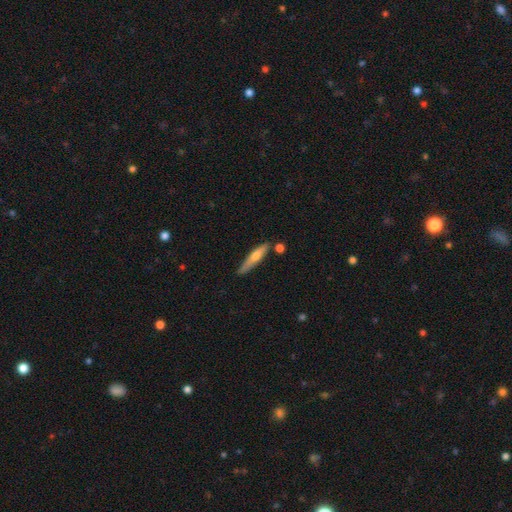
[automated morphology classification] The model was most divided on "smooth or featured": smooth: 54%, featured or disk: 41%, star or artifact: 6%. More confident: how rounded — cigar-shaped (90%); merging — none (76%).